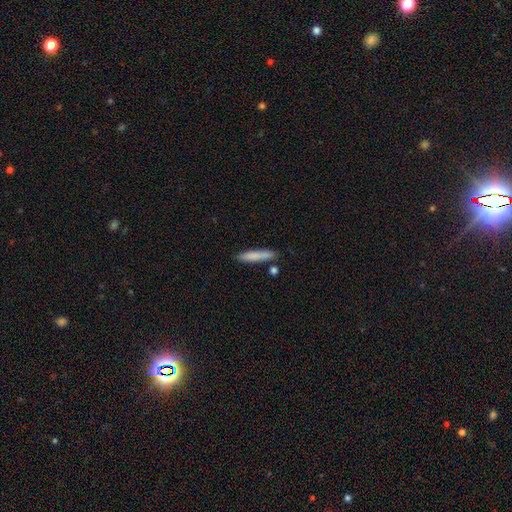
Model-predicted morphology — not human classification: This is likely a smooth galaxy (80%). How rounded: clearly cigar-shaped (89%). Merging: clearly none (81%).